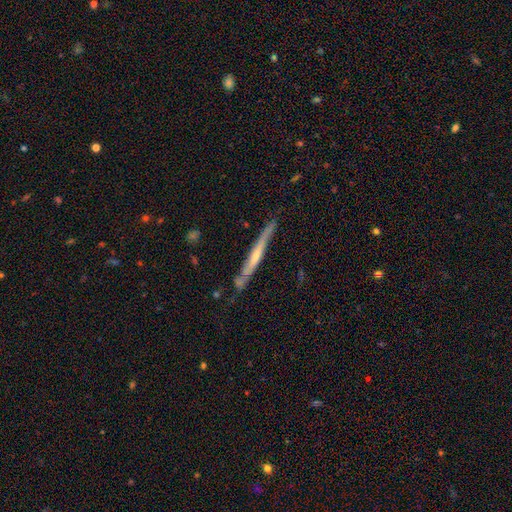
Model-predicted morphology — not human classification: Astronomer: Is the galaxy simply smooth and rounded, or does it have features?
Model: featured or disk — 69%.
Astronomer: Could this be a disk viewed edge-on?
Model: yes — 93%.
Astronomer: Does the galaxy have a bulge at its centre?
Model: rounded — 53% (runner-up: none, 40%).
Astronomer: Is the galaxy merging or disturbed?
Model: none — 74%.